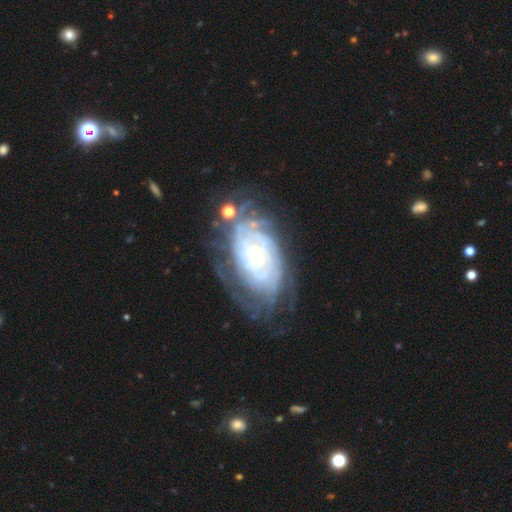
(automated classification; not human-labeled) This is clearly a featured or disk galaxy (82%). It is clearly not viewed edge-on (96%). Bar: likely no (77%). Spiral arm pattern: clearly yes (94%). Spiral arm count: marginally can't tell (43%). Spiral winding: clearly tight (81%). Central bulge: clearly small (84%). Merging: likely none (61%).